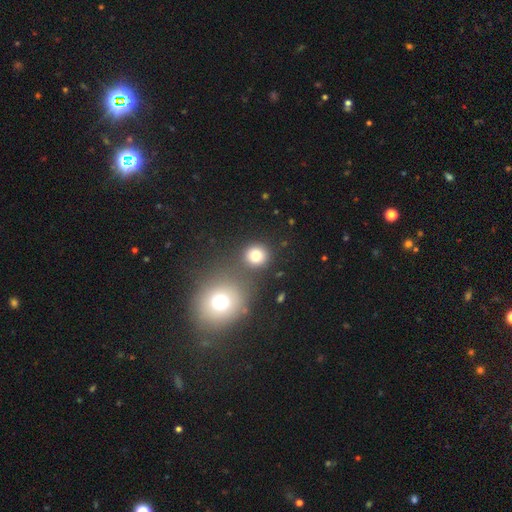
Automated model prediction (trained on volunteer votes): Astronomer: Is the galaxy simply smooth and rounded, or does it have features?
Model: smooth — 78%.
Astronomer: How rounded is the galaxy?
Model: round — 90%.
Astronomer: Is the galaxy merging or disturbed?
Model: none — 78%.